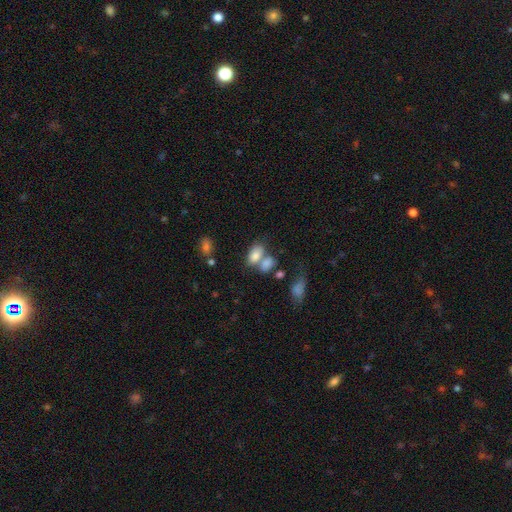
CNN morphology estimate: A smooth galaxy with no disk features (79%) that is in between round and cigar-shaped (90%).

Vote fractions:
- Smooth or featured? smooth: 79% / featured or disk: 11% / star or artifact: 9%
- How rounded? in between: 90% / round: 8% / cigar-shaped: 2%
- Merging? merger: 51% / none: 32% / minor disturbance: 11% / major disturbance: 6%